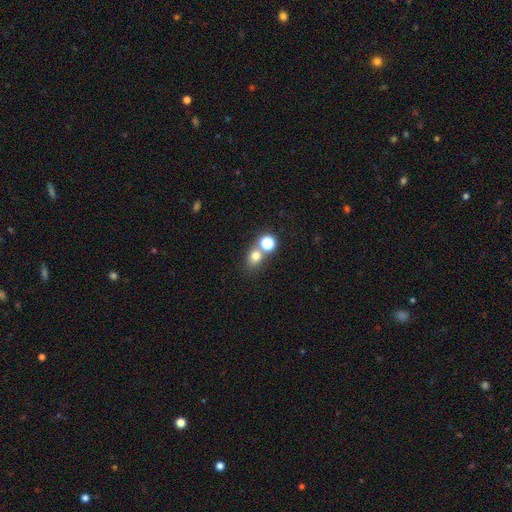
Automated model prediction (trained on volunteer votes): smooth-or-featured: smooth: 73% | star or artifact: 18% | featured or disk: 9%
  how-rounded: round: 65% | in between: 34% | cigar-shaped: 1%
  merging: none: 54% | merger: 34% | minor disturbance: 8% | major disturbance: 4%